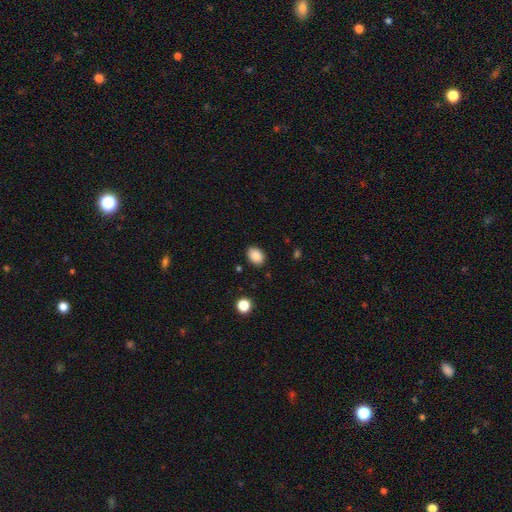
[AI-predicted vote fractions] Q: Smooth or featured?
A: smooth (88%); runner-up: star or artifact (9%)
Q: How rounded?
A: in between (71%); runner-up: round (28%)
Q: Merging?
A: none (85%); runner-up: minor disturbance (11%)